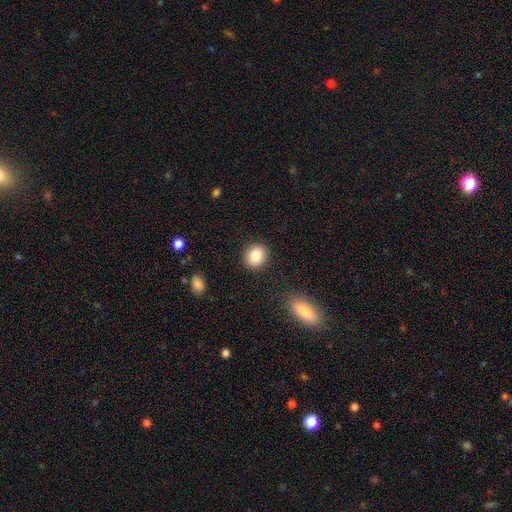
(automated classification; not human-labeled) Smooth or featured: smooth — 85% (star or artifact — 8%)
How rounded: round — 74% (in between — 25%)
Merging: none — 89% (minor disturbance — 7%)